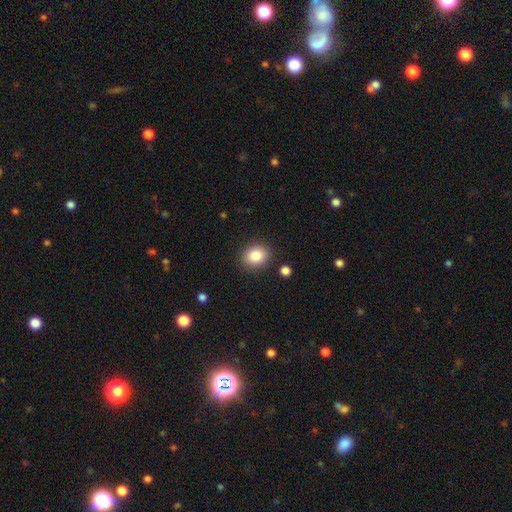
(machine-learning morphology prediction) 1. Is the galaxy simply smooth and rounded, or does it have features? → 84% smooth, 9% star or artifact, 7% featured or disk.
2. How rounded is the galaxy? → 63% round, 36% in between, 1% cigar-shaped.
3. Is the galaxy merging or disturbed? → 87% none, 8% minor disturbance, 3% major disturbance, 2% merger.